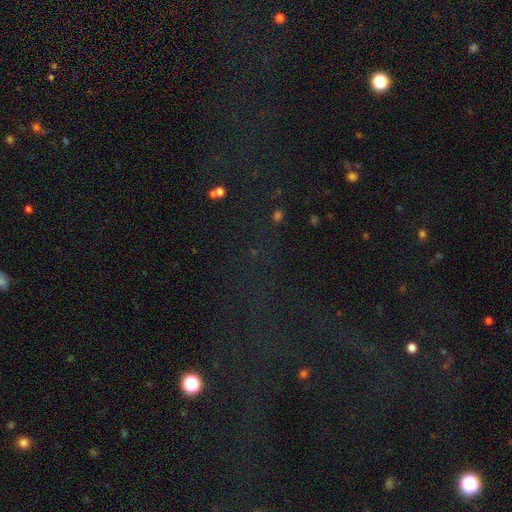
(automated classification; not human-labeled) smooth_or_featured: star or artifact (p=0.73) [alt: smooth p=0.15]